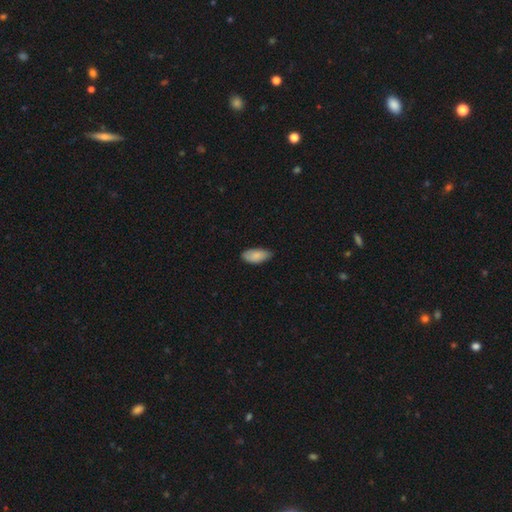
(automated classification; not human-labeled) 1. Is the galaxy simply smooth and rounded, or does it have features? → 87% smooth, 7% featured or disk, 6% star or artifact.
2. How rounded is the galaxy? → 92% in between, 7% cigar-shaped, 2% round.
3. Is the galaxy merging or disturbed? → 74% none, 22% minor disturbance, 3% major disturbance, 1% merger.